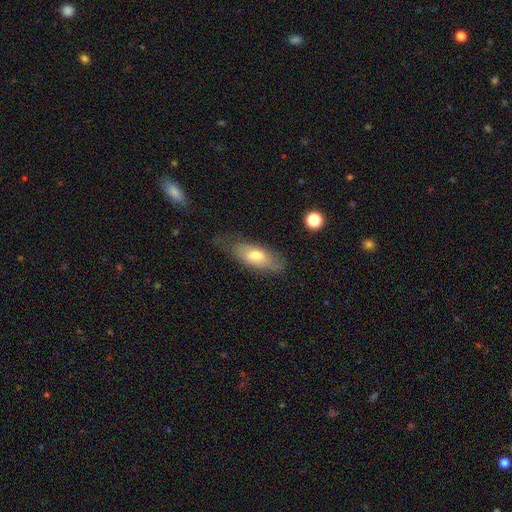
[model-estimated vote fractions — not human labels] Smooth or featured: smooth — 62% (featured or disk — 32%)
How rounded: in between — 74% (cigar-shaped — 23%)
Merging: none — 60% (minor disturbance — 28%)